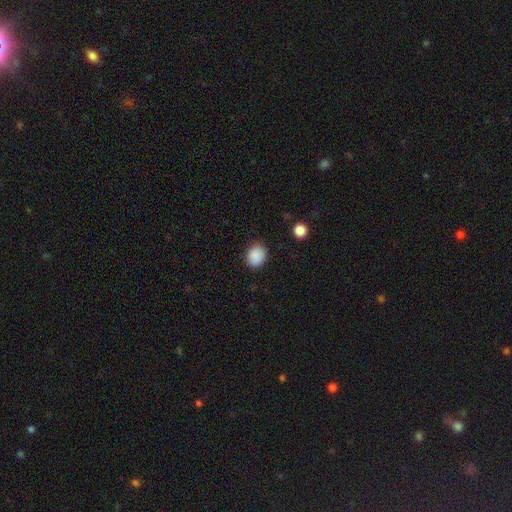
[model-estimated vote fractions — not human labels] smooth-or-featured: smooth: 88% | star or artifact: 9% | featured or disk: 3%
  how-rounded: round: 60% | in between: 39% | cigar-shaped: 1%
  merging: none: 85% | minor disturbance: 11% | major disturbance: 3% | merger: 1%